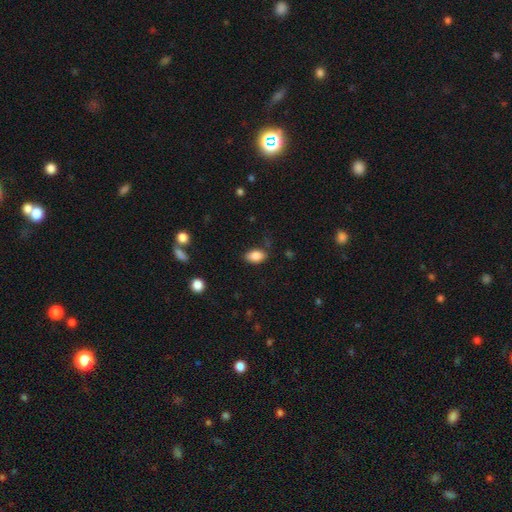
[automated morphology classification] Smooth or featured? Predicted: smooth (p=0.84). How rounded? Predicted: in between (p=0.90). Merging? Predicted: none (p=0.78).